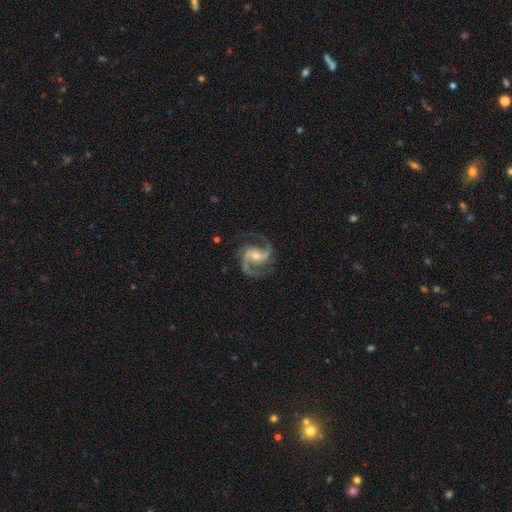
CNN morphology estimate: featured or disk 93%, star or artifact 4%, smooth 3%. Down the decision tree: edge-on disk — no (98%); bar — weak (41%); spiral arms — yes (98%); spiral arm count — 2 (86%); spiral winding — medium (64%); bulge size — moderate (52%); merging — none (77%).